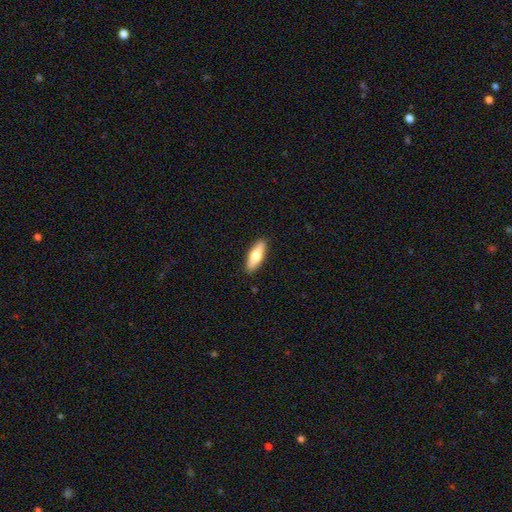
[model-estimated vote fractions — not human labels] A smooth galaxy with no disk features (70%) that is in between round and cigar-shaped (59%). Merging: none (89%).